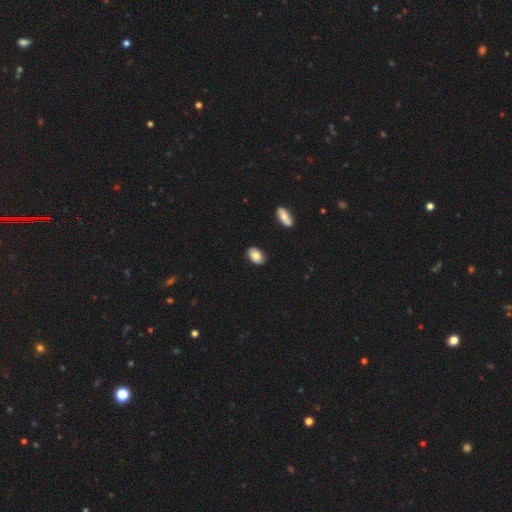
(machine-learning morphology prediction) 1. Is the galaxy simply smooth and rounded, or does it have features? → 81% smooth, 11% featured or disk, 8% star or artifact.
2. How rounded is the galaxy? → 85% in between, 13% round, 1% cigar-shaped.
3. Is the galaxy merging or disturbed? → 85% none, 11% minor disturbance, 2% major disturbance, 2% merger.